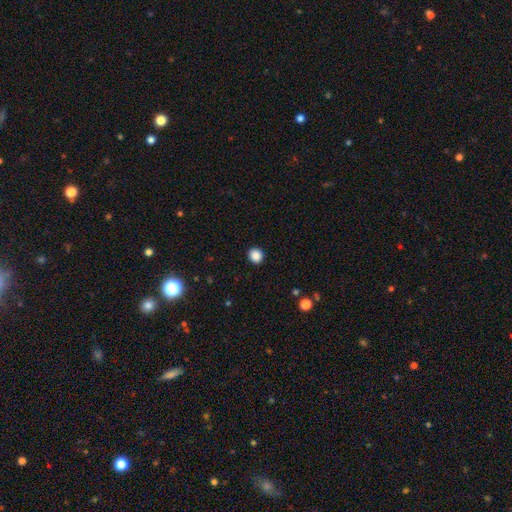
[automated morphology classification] Smooth or featured?
  - smooth: 87% *
  - star or artifact: 10%
  - featured or disk: 3%
How rounded?
  - round: 89% *
  - in between: 10%
  - cigar-shaped: 1%
Merging?
  - none: 93% *
  - minor disturbance: 5%
  - major disturbance: 2%
  - merger: 1%